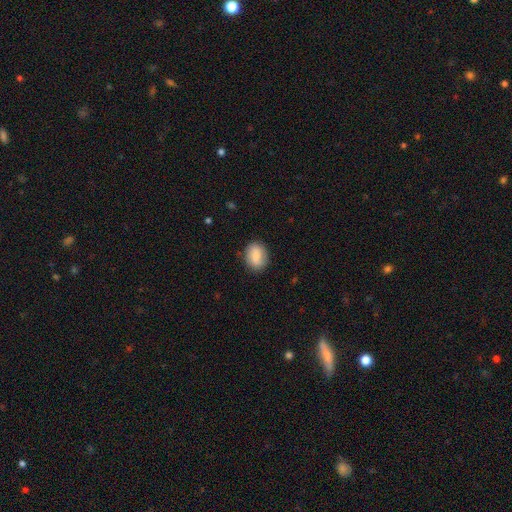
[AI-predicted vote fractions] A smooth galaxy with no disk features (79%) that is in between round and cigar-shaped (63%).

Vote fractions:
- Smooth or featured? smooth: 79% / featured or disk: 14% / star or artifact: 7%
- How rounded? in between: 63% / round: 36% / cigar-shaped: 1%
- Merging? none: 85% / minor disturbance: 11% / major disturbance: 3% / merger: 1%